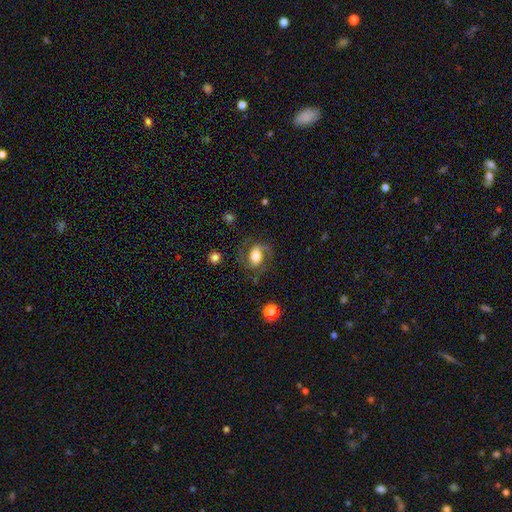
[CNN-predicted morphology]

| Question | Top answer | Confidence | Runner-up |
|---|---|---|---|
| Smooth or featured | featured or disk | 58% | smooth (34%) |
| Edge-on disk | no | 96% | yes (4%) |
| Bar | no | 44% | weak (37%) |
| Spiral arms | yes | 87% | no (13%) |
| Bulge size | moderate | 44% | large (41%) |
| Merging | none | 64% | minor disturbance (19%) |